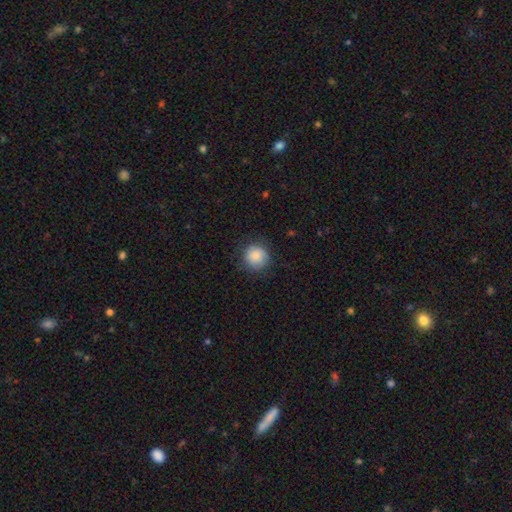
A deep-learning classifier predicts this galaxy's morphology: smooth-or-featured: smooth: 86% | star or artifact: 8% | featured or disk: 5%
  how-rounded: round: 93% | in between: 6% | cigar-shaped: 1%
  merging: none: 84% | minor disturbance: 11% | major disturbance: 4% | merger: 1%